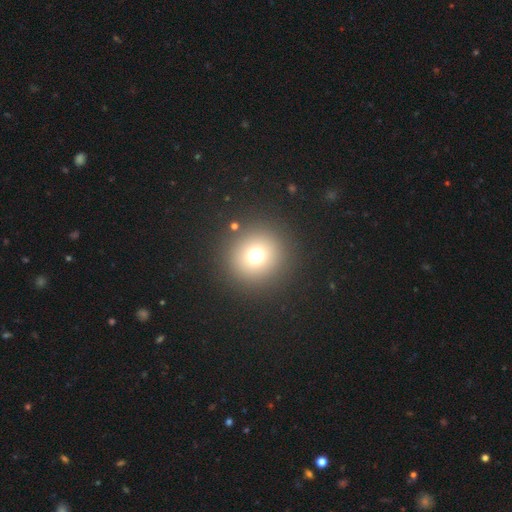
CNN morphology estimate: smooth-or-featured: smooth: 70% | star or artifact: 20% | featured or disk: 10%
  how-rounded: round: 95% | in between: 4% | cigar-shaped: 1%
  merging: none: 89% | minor disturbance: 5% | major disturbance: 3% | merger: 3%